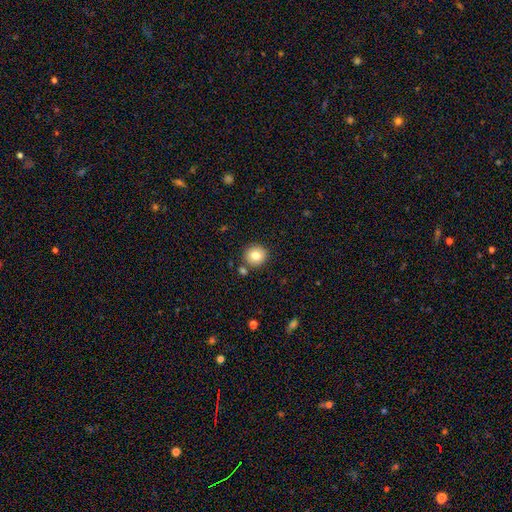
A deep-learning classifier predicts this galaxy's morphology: Overall: smooth (80%). How rounded: round (90%). Merging: none (84%).